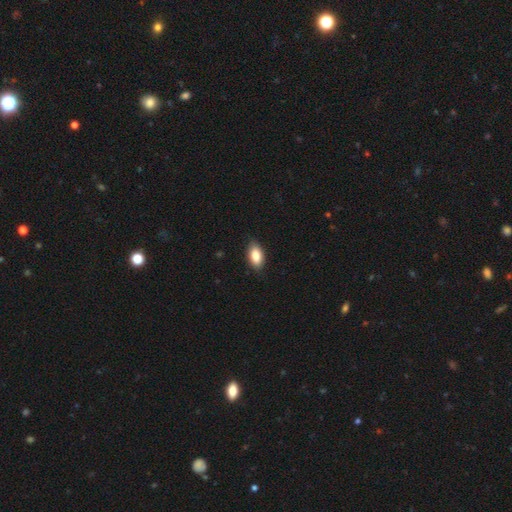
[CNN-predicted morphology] smooth 85%, featured or disk 8%, star or artifact 7%. Down the decision tree: how rounded — in between (92%); merging — none (84%).